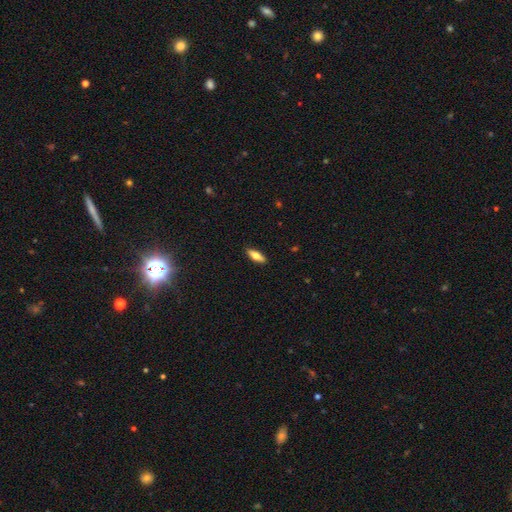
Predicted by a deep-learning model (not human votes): The model was most divided on "how rounded": in between: 58%, cigar-shaped: 39%, round: 3%. More confident: merging — none (90%); smooth or featured — smooth (62%).